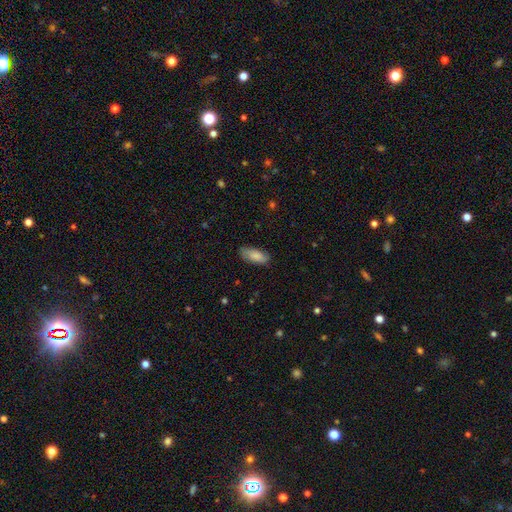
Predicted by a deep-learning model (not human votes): Smooth or featured? smooth (85%)
How rounded? in between (82%)
Merging? none (80%)